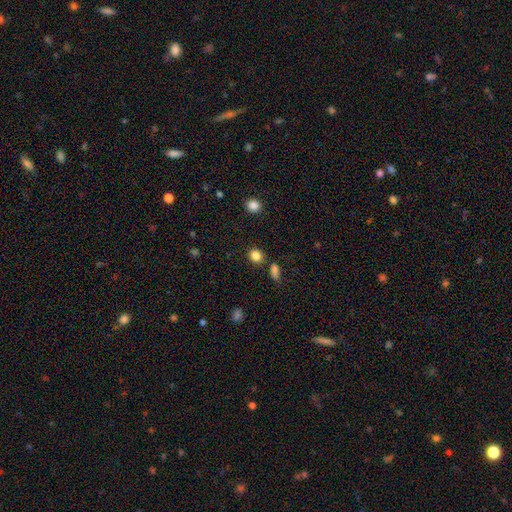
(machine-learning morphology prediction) This appears to be a smooth galaxy with no disk features (84%) that is round (70%). Merging: none (78%).